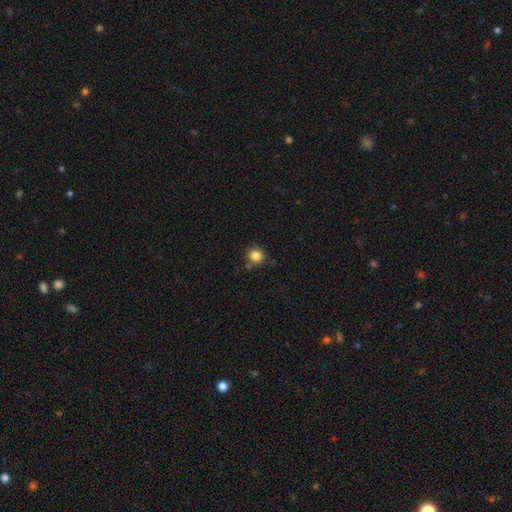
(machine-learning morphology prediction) Overall: smooth (84%). How rounded: round (89%). Merging: none (78%).